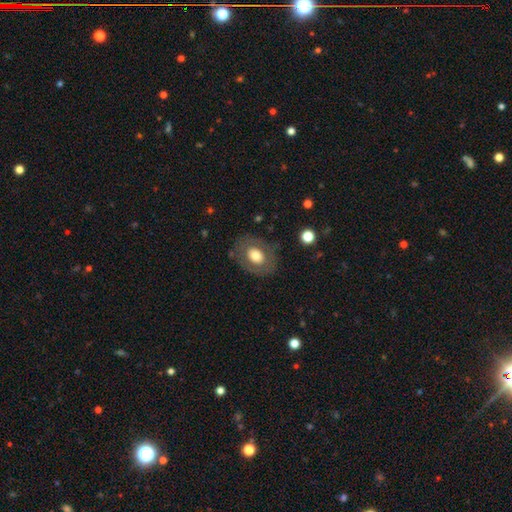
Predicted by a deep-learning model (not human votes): Overall: smooth (61%; featured or disk 31%). How rounded: in between (63%; round 36%). Merging: none (78%).